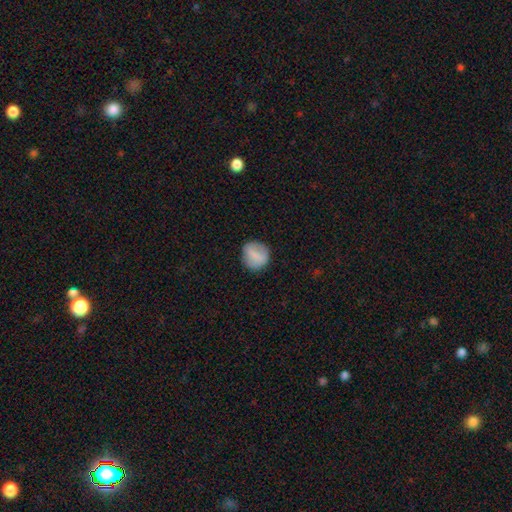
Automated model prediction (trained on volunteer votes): Smooth or featured? Predicted: smooth (p=0.72). How rounded? Predicted: round (p=0.83). Merging? Predicted: none (p=0.83).